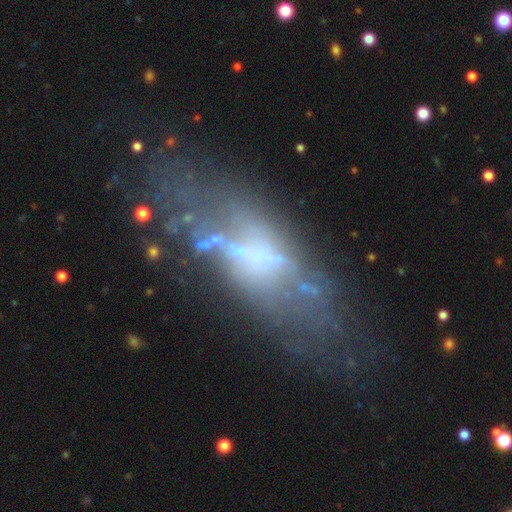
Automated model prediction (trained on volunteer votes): Morphology: type=featured or disk (58%); edge-on=no (67%); merging=none (45%).